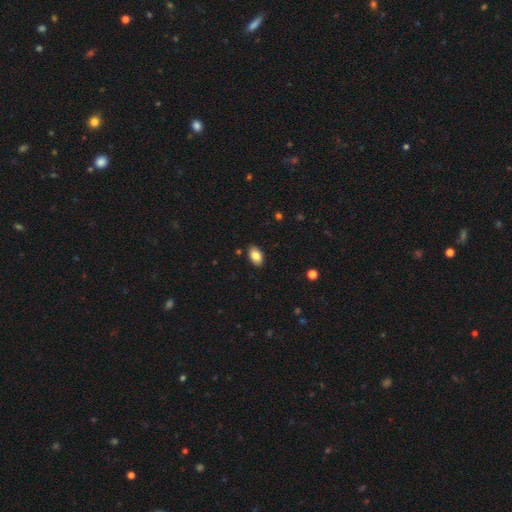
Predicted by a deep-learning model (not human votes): A smooth galaxy with no disk features (84%) that is in between round and cigar-shaped (91%). Merging: none (89%).